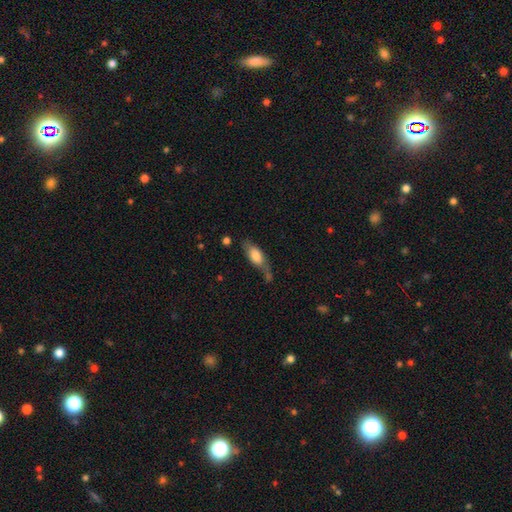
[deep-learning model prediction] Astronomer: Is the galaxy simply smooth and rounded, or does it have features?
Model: smooth — 65%.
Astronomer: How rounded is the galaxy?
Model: in between — 76%.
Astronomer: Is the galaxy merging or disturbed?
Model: none — 41% (runner-up: minor disturbance, 29%).